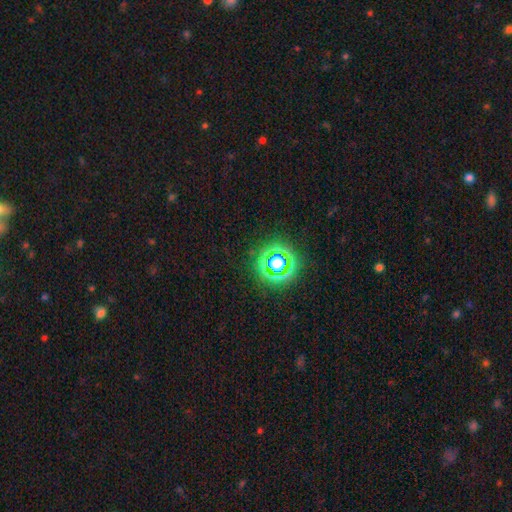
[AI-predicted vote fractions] Smooth or featured? star or artifact (73%)